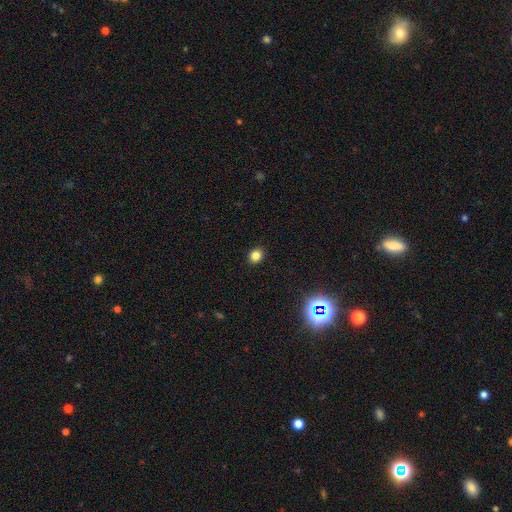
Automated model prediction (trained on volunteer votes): Smooth or featured? Predicted: smooth (p=0.81). How rounded? Predicted: round (p=0.70). Merging? Predicted: none (p=0.91).